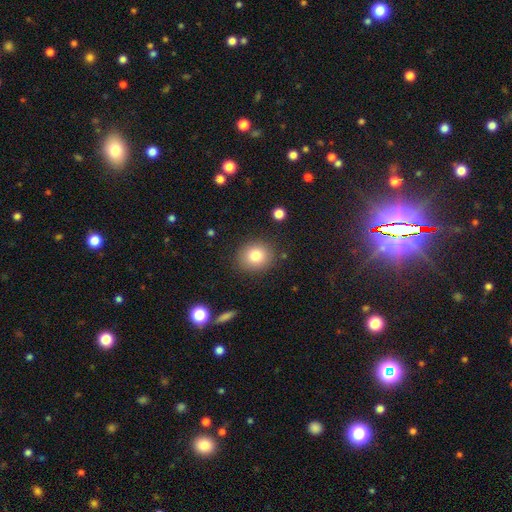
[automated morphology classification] type=smooth (80%); roundness=round (74%); merging=none (85%).